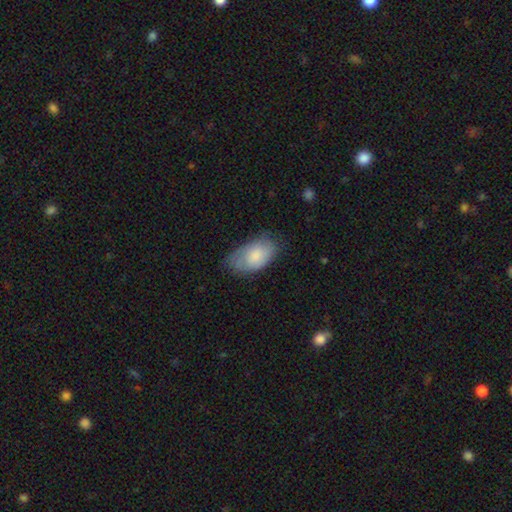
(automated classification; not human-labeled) Smooth or featured? smooth (77%)
How rounded? in between (94%)
Merging? none (60%)